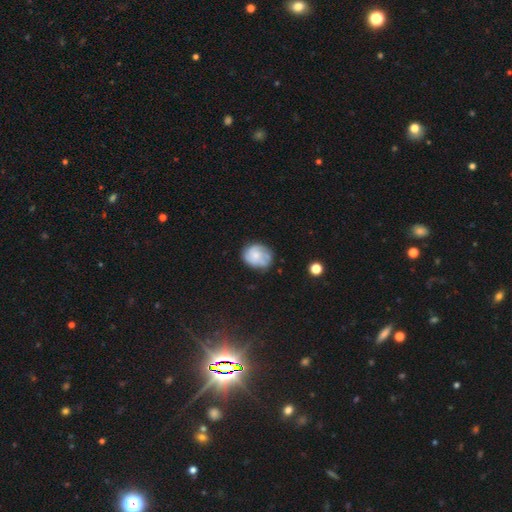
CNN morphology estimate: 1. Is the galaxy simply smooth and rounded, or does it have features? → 47% smooth, 44% featured or disk, 9% star or artifact.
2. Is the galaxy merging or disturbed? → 65% none, 25% minor disturbance, 8% major disturbance, 3% merger.